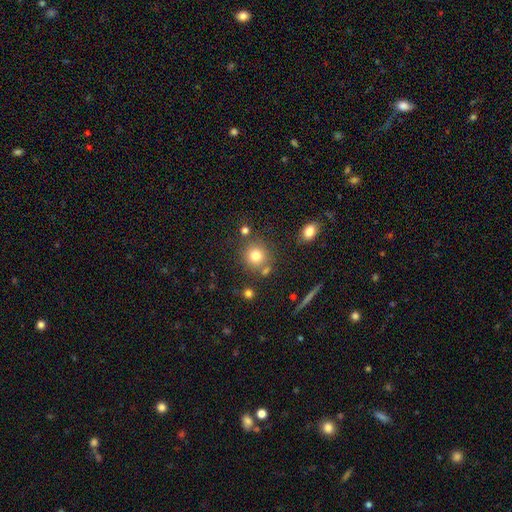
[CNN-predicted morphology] Overall: smooth (79%). How rounded: round (88%). Merging: none (75%).